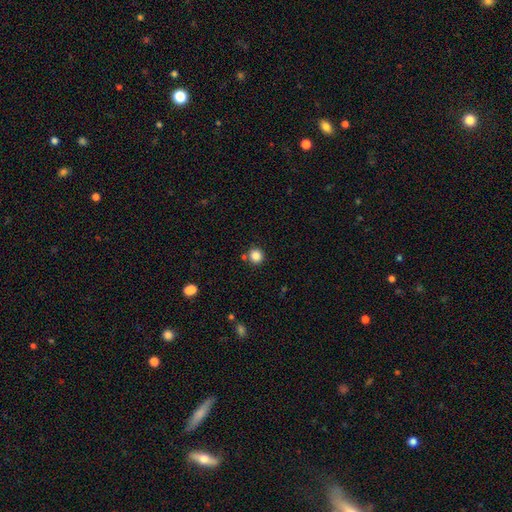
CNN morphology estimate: Smooth or featured?
  - smooth: 85% *
  - star or artifact: 11%
  - featured or disk: 4%
How rounded?
  - round: 91% *
  - in between: 8%
  - cigar-shaped: 1%
Merging?
  - none: 81% *
  - minor disturbance: 8%
  - merger: 8%
  - major disturbance: 3%